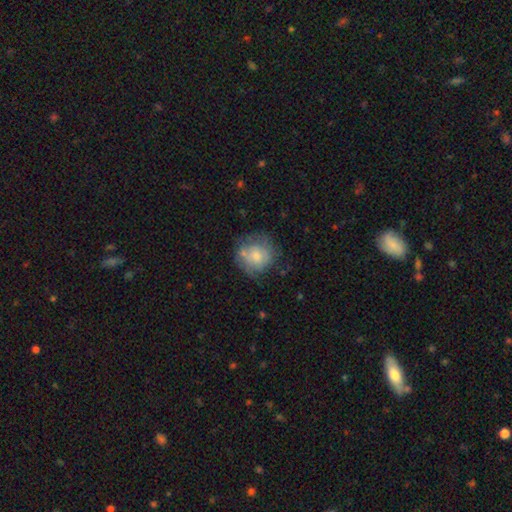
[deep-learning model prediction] This is possibly a smooth galaxy (59%). How rounded: clearly round (85%). Merging: possibly none (56%).